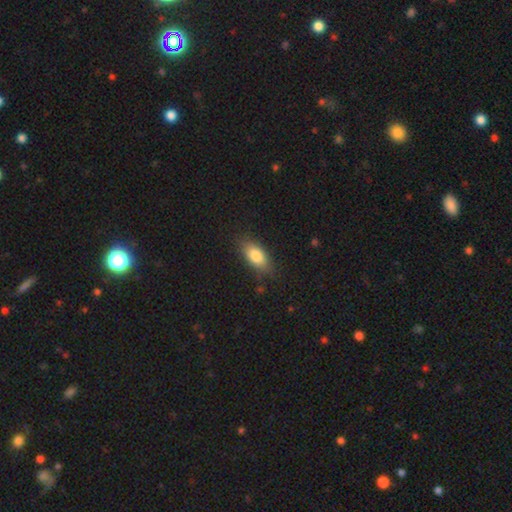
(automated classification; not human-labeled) smooth 82%, featured or disk 11%, star or artifact 7%. Down the decision tree: how rounded — in between (86%); merging — none (81%).